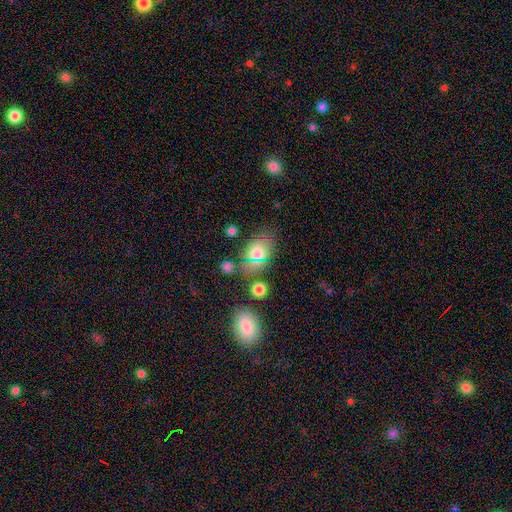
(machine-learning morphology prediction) Smooth or featured? Predicted: smooth (p=0.65). How rounded? Predicted: in between (p=0.83). Merging? Predicted: none (p=0.67).